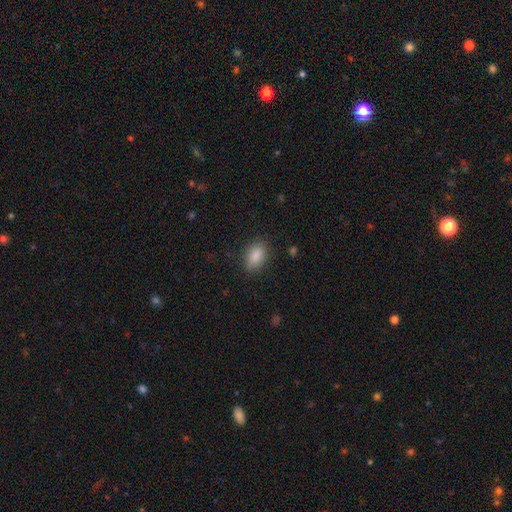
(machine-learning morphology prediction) smooth_or_featured: smooth (p=0.88) [alt: star or artifact p=0.08]
how_rounded: in between (p=0.86) [alt: round p=0.13]
merging: none (p=0.83) [alt: minor disturbance p=0.12]